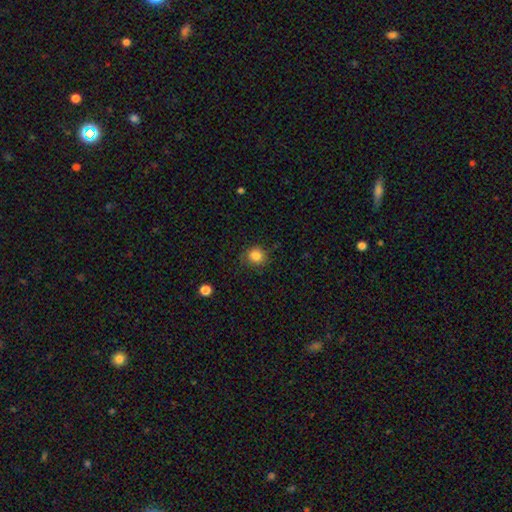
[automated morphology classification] type=smooth (84%); roundness=round (85%); merging=none (82%).